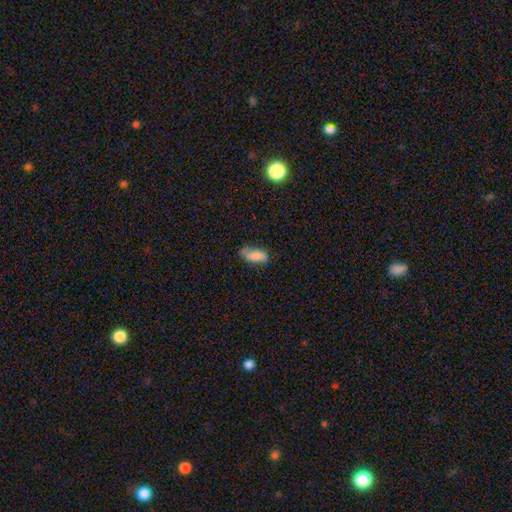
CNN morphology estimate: A smooth galaxy with no disk features (75%) that is in between round and cigar-shaped (87%). Merging: none (53%).